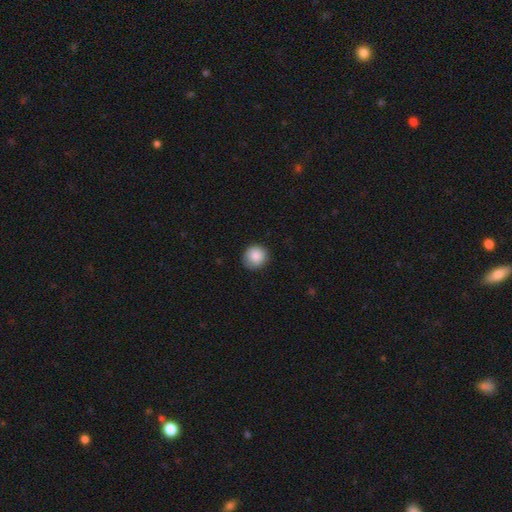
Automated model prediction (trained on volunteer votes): Smooth or featured: smooth — 88% (star or artifact — 8%)
How rounded: round — 91% (in between — 9%)
Merging: none — 84% (minor disturbance — 13%)